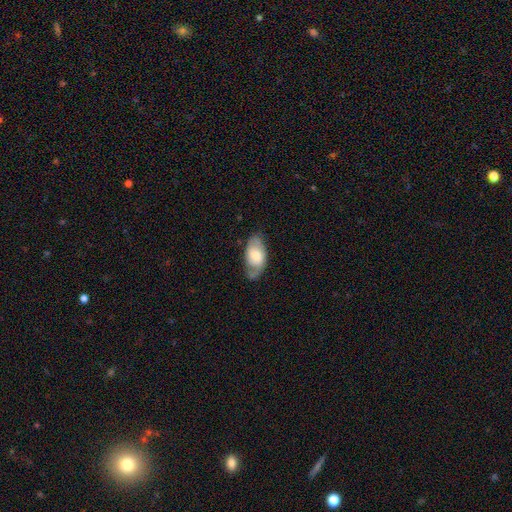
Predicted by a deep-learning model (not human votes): Smooth or featured: smooth — 47% (featured or disk — 46%)
Merging: none — 58% (minor disturbance — 29%)